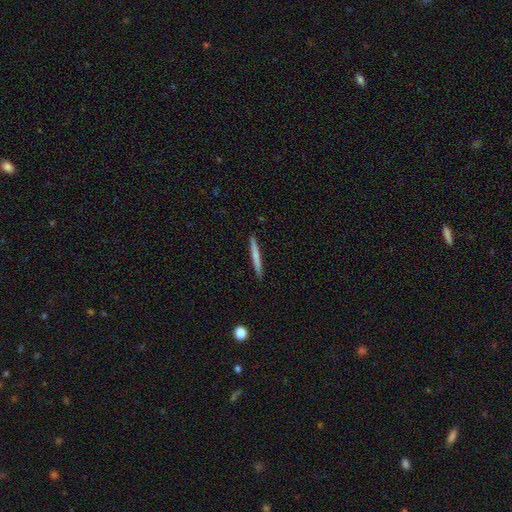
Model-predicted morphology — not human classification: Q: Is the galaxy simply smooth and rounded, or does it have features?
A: smooth — 69%.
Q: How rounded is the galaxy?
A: cigar-shaped — 97%.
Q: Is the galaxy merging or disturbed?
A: none — 92%.